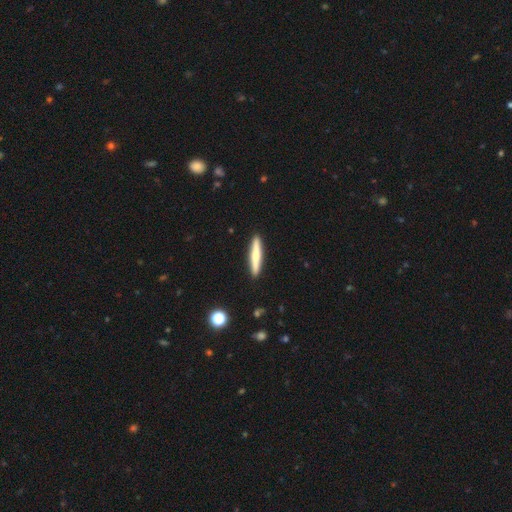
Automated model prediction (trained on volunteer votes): This appears to be a smooth galaxy with no disk features (58%) that is cigar-shaped (93%). Merging: none (92%).